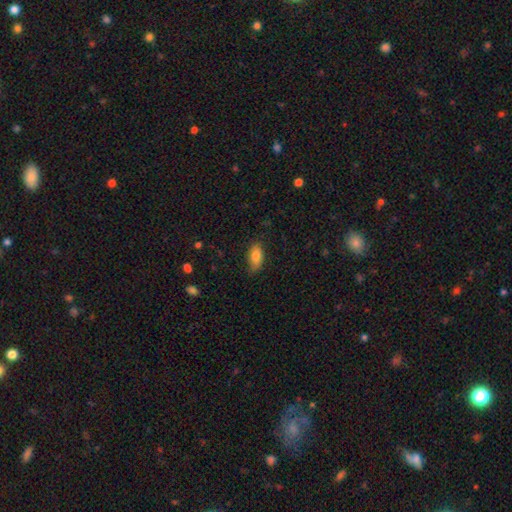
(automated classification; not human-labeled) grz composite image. It shows a smooth galaxy with no disk features (81%) that is in between round and cigar-shaped (86%). Merging: none (75%).